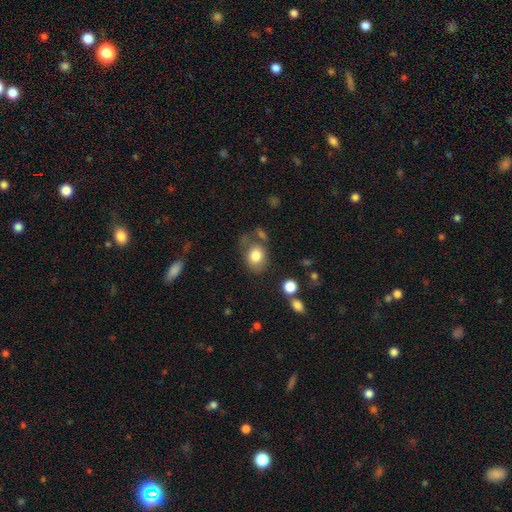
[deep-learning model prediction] A smooth galaxy with no disk features (81%) that is in between round and cigar-shaped (58%).

Vote fractions:
- Smooth or featured? smooth: 81% / featured or disk: 10% / star or artifact: 9%
- How rounded? in between: 58% / round: 41% / cigar-shaped: 1%
- Merging? none: 59% / minor disturbance: 22% / major disturbance: 10% / merger: 9%